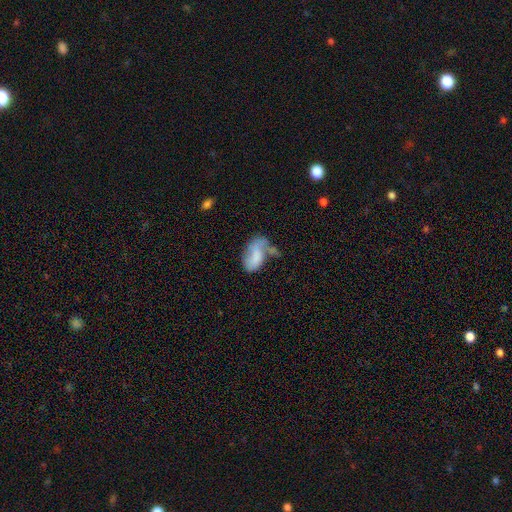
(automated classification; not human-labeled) A smooth galaxy with no disk features (61%) that is in between round and cigar-shaped (92%).

Vote fractions:
- Smooth or featured? smooth: 61% / featured or disk: 31% / star or artifact: 8%
- How rounded? in between: 92% / round: 5% / cigar-shaped: 3%
- Merging? major disturbance: 35% / minor disturbance: 23% / none: 23% / merger: 20%